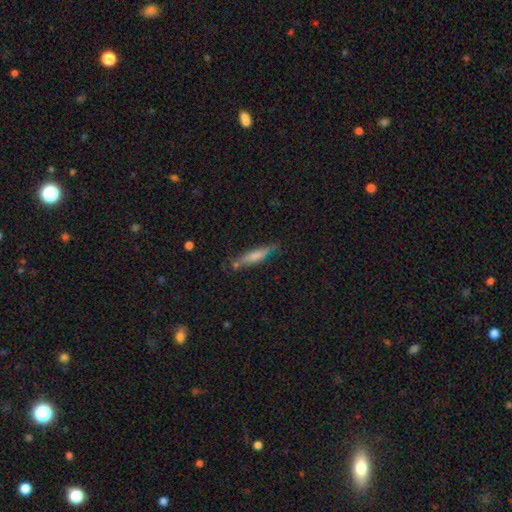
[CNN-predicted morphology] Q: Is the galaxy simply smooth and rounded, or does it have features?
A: smooth — 63%.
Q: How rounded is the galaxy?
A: cigar-shaped — 79%.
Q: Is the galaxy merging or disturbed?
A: none — 65%.